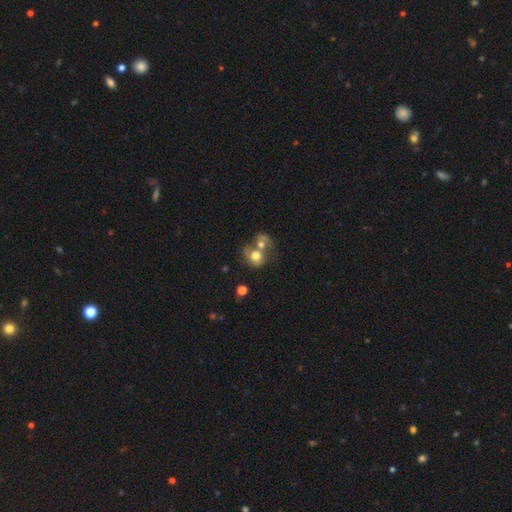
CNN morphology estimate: smooth-or-featured: smooth: 64% | featured or disk: 26% | star or artifact: 10%
  how-rounded: round: 65% | in between: 34% | cigar-shaped: 1%
  merging: merger: 65% | none: 19% | minor disturbance: 8% | major disturbance: 8%